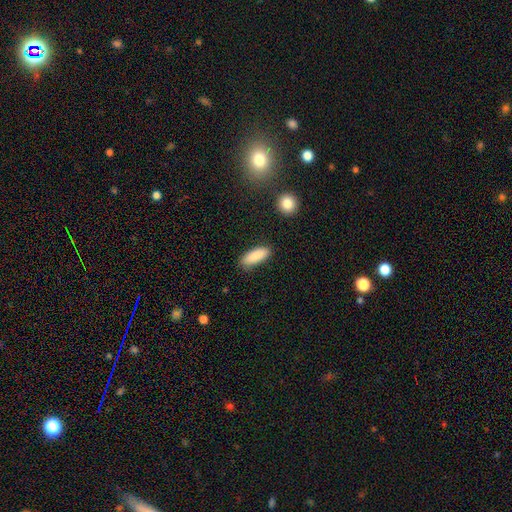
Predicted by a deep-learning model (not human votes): Smooth or featured: smooth — 89% (star or artifact — 6%)
How rounded: in between — 70% (cigar-shaped — 28%)
Merging: none — 83% (minor disturbance — 12%)